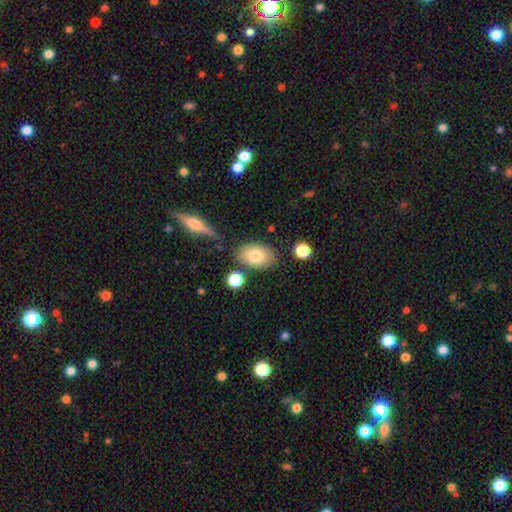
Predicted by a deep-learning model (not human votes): The model was most divided on "smooth or featured": smooth: 77%, featured or disk: 15%, star or artifact: 8%. More confident: how rounded — in between (87%); merging — none (78%).